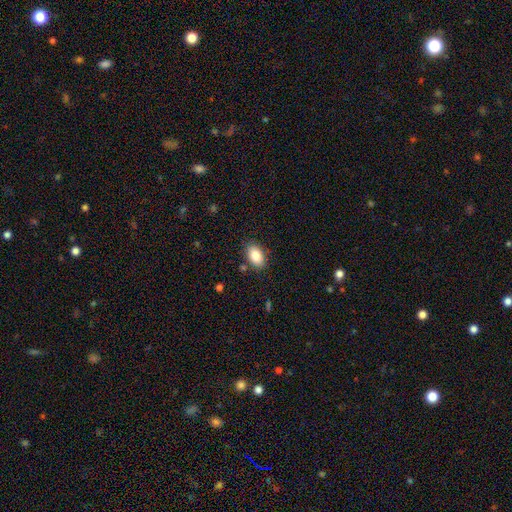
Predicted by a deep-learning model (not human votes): Overall: smooth (85%). How rounded: in between (90%). Merging: none (84%).